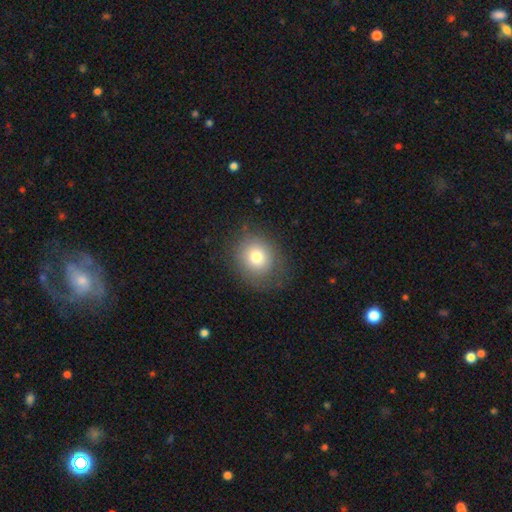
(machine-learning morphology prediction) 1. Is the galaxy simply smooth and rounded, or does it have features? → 76% smooth, 13% featured or disk, 11% star or artifact.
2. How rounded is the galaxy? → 70% round, 29% in between, 1% cigar-shaped.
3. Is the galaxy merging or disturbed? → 77% none, 15% minor disturbance, 6% major disturbance, 1% merger.